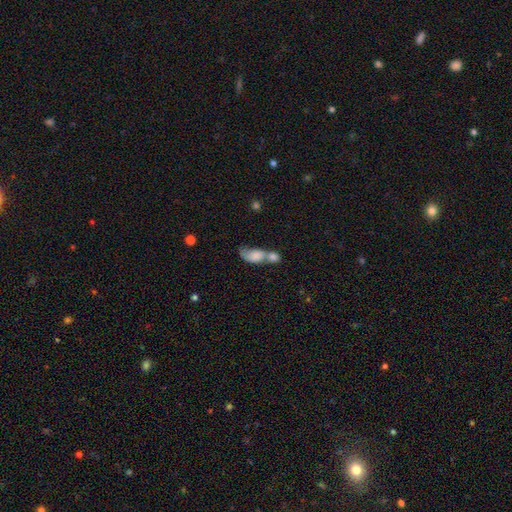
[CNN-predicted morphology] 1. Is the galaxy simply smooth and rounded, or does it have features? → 69% smooth, 23% featured or disk, 9% star or artifact.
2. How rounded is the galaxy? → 80% in between, 11% round, 9% cigar-shaped.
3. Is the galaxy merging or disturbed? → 72% merger, 12% none, 8% major disturbance, 8% minor disturbance.